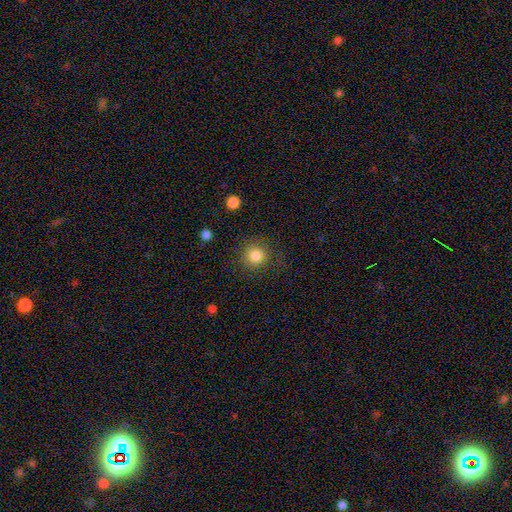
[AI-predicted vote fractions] Q: Smooth or featured?
A: smooth (84%); runner-up: star or artifact (10%)
Q: How rounded?
A: round (93%); runner-up: in between (6%)
Q: Merging?
A: none (84%); runner-up: minor disturbance (10%)